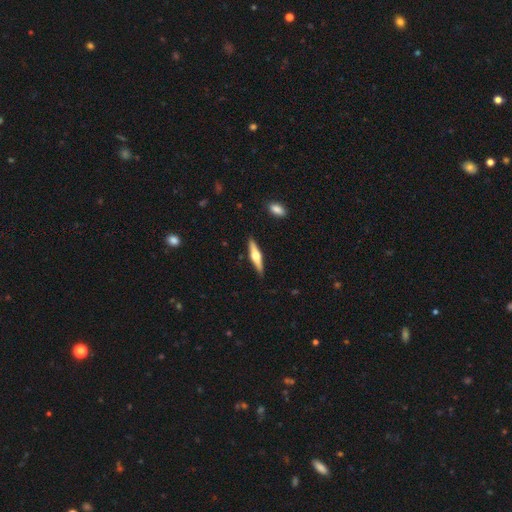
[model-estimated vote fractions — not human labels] Smooth or featured?
  - featured or disk: 64% *
  - smooth: 31%
  - star or artifact: 5%
Edge-on disk?
  - yes: 97% *
  - no: 3%
Edge-on bulge?
  - rounded: 94% *
  - boxy: 4%
  - none: 2%
Merging?
  - none: 89% *
  - minor disturbance: 8%
  - major disturbance: 2%
  - merger: 1%